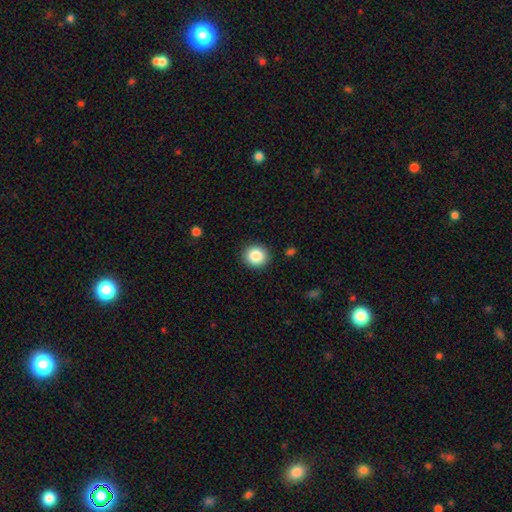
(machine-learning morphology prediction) type=smooth (86%); roundness=round (89%); merging=none (91%).